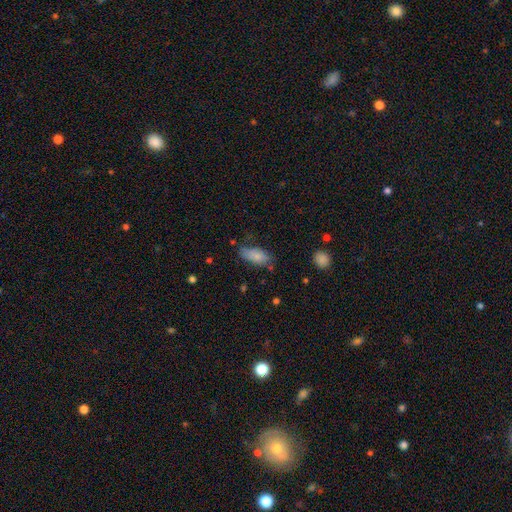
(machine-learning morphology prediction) A smooth galaxy with no disk features (81%) that is in between round and cigar-shaped (88%). Merging: none (59%).